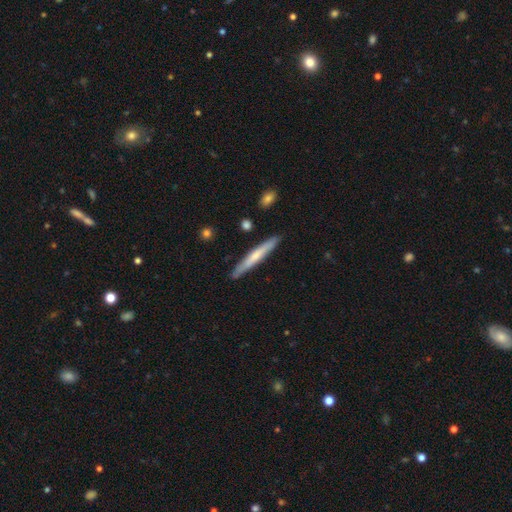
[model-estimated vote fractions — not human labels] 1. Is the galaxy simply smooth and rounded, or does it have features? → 48% smooth, 46% featured or disk, 6% star or artifact.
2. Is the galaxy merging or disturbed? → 86% none, 10% minor disturbance, 2% merger, 2% major disturbance.